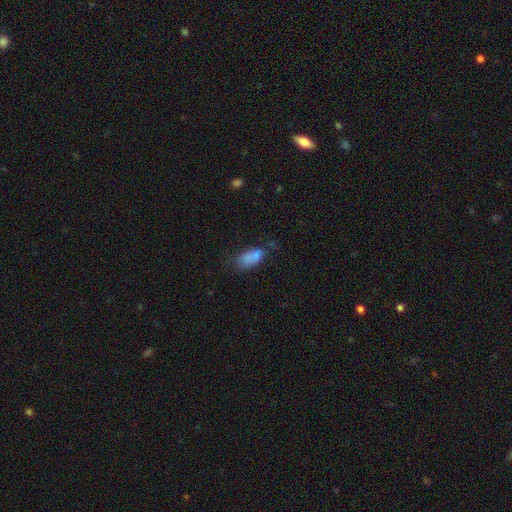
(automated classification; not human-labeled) Q: Smooth or featured?
A: smooth (68%); runner-up: star or artifact (18%)
Q: How rounded?
A: in between (81%); runner-up: cigar-shaped (13%)
Q: Merging?
A: none (54%); runner-up: minor disturbance (22%)